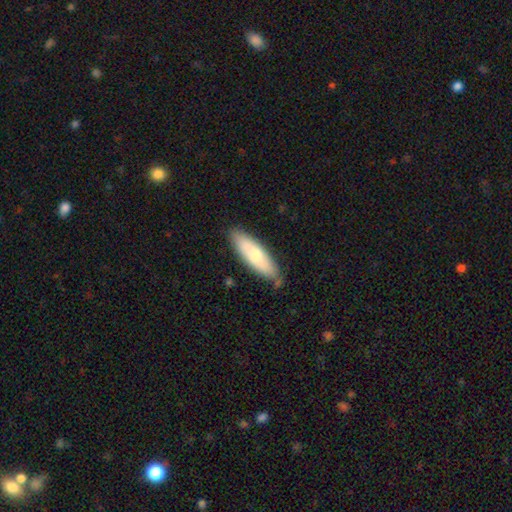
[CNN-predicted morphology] smooth-or-featured: smooth: 68% | featured or disk: 26% | star or artifact: 5%
  how-rounded: in between: 51% | cigar-shaped: 47% | round: 2%
  merging: none: 78% | minor disturbance: 16% | merger: 3% | major disturbance: 3%